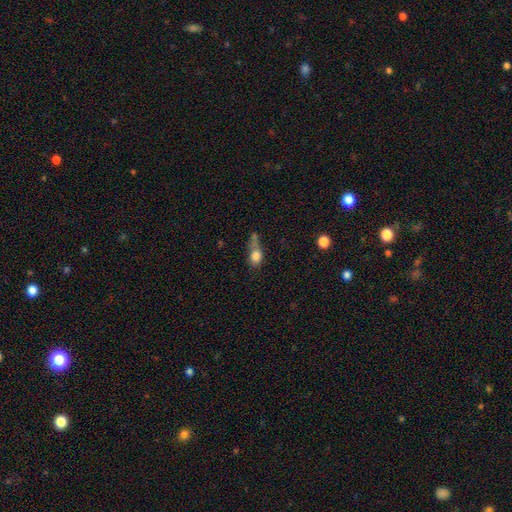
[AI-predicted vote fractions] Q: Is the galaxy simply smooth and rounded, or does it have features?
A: smooth — 75%.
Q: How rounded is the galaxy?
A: in between — 54%.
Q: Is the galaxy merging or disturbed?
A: merger — 30%.